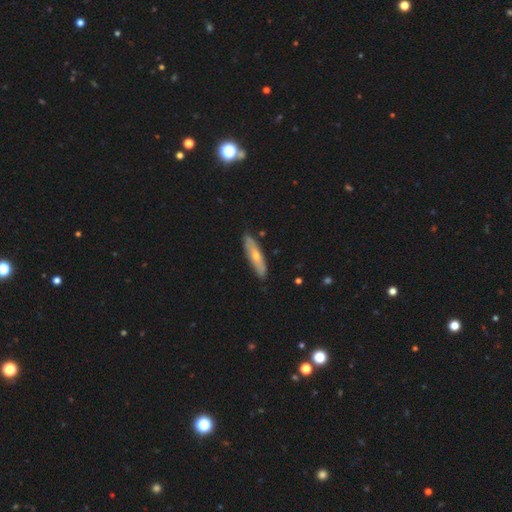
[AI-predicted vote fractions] Smooth or featured?
  - featured or disk: 47% * (tied)
  - smooth: 47% * (tied)
  - star or artifact: 7%
Merging?
  - none: 86% *
  - minor disturbance: 11%
  - major disturbance: 2%
  - merger: 1%